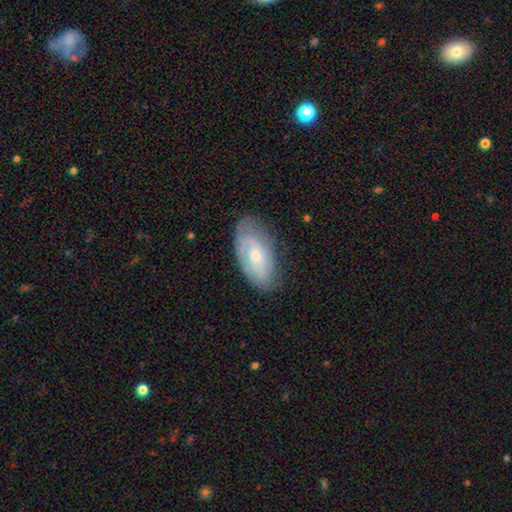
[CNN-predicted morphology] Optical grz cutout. It shows a featured or disk galaxy (57%) with no bar (63%), spiral arms (80%) and a small central bulge (46%, tied with moderate). Merging: none (71%).